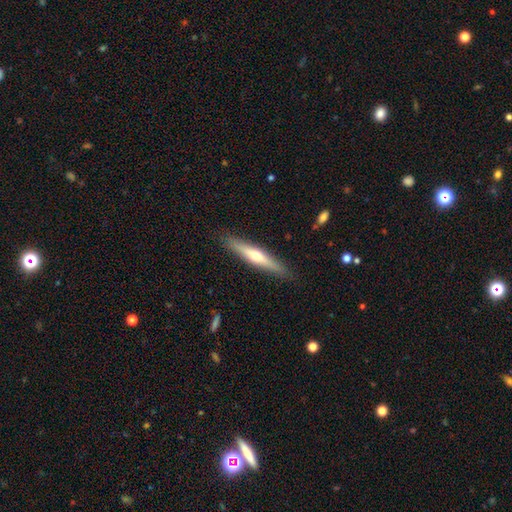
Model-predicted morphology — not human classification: smooth-or-featured: featured or disk: 53% | smooth: 41% | star or artifact: 6%
  disk-edge-on: yes: 93% | no: 7%
  merging: none: 89% | minor disturbance: 8% | major disturbance: 2% | merger: 1%